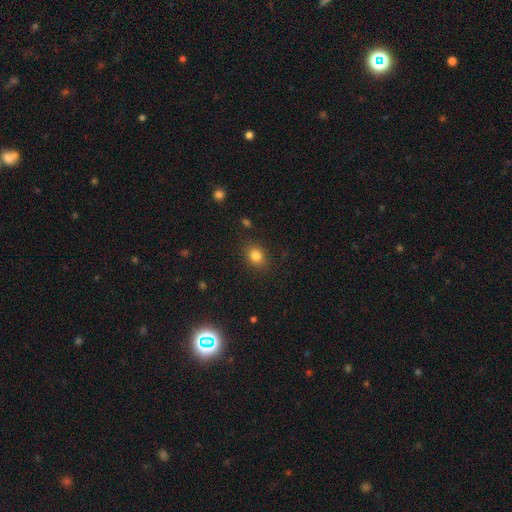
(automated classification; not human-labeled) Smooth or featured?
  - smooth: 82% *
  - star or artifact: 12%
  - featured or disk: 6%
How rounded?
  - in between: 51% *
  - round: 48%
  - cigar-shaped: 1%
Merging?
  - none: 86% *
  - minor disturbance: 10%
  - major disturbance: 3%
  - merger: 1%